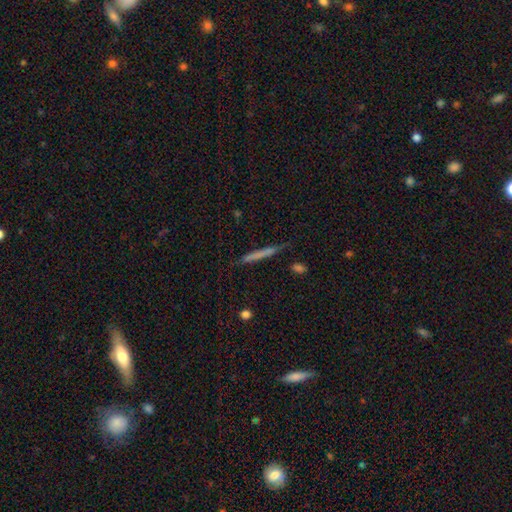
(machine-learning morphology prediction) smooth 57%, featured or disk 36%, star or artifact 7%. Down the decision tree: how rounded — cigar-shaped (96%); merging — none (84%).